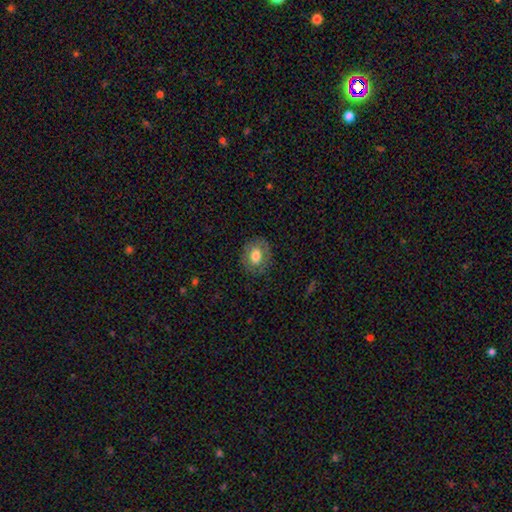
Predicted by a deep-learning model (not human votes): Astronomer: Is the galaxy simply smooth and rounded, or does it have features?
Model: smooth — 68%.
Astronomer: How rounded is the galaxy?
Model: round — 51% (runner-up: in between, 48%).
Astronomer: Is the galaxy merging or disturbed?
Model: none — 79%.